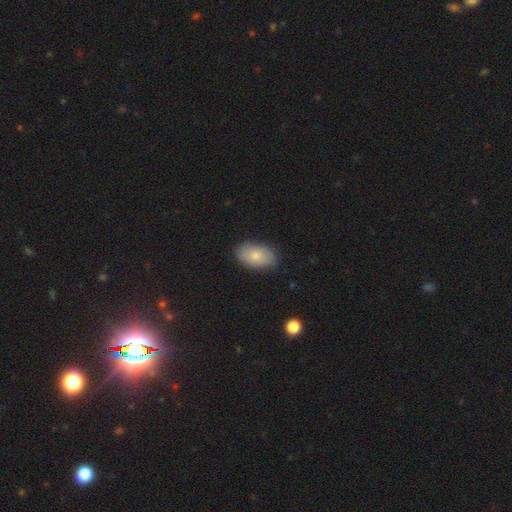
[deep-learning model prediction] This appears to be a smooth galaxy with no disk features (79%) that is in between round and cigar-shaped (93%). Merging: none (84%).